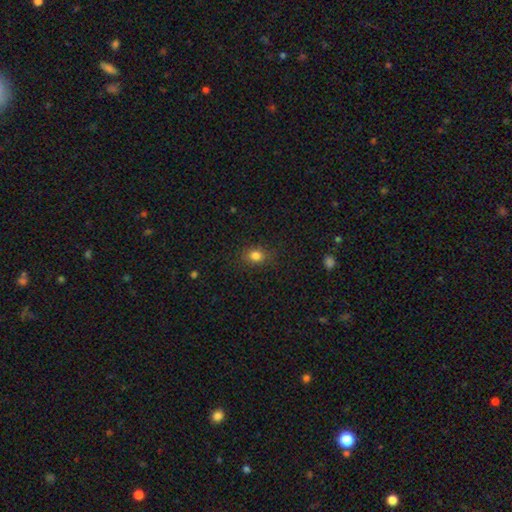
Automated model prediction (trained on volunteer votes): Smooth or featured: smooth — 81% (star or artifact — 13%)
How rounded: round — 51% (in between — 48%)
Merging: none — 84% (minor disturbance — 11%)